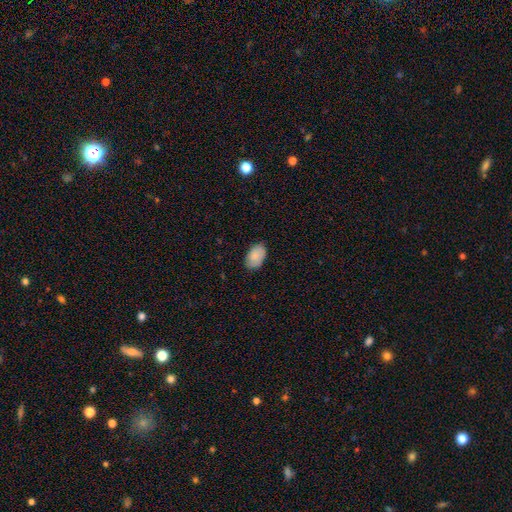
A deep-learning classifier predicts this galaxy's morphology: Smooth or featured?
  - smooth: 85% *
  - featured or disk: 9%
  - star or artifact: 6%
How rounded?
  - in between: 92% *
  - round: 7%
  - cigar-shaped: 1%
Merging?
  - none: 83% *
  - minor disturbance: 13%
  - major disturbance: 2%
  - merger: 1%